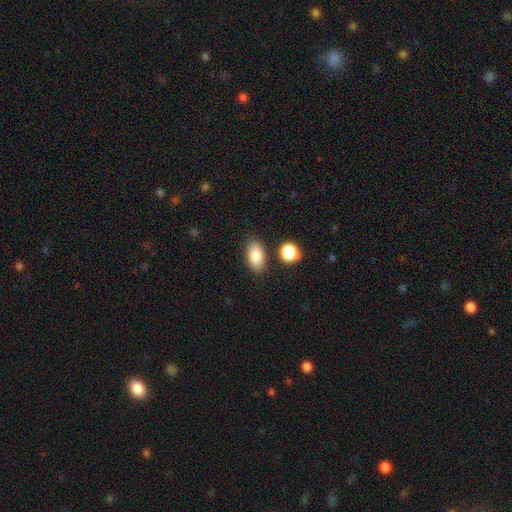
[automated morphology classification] smooth_or_featured: smooth (p=0.85) [alt: featured or disk p=0.08]
how_rounded: in between (p=0.92) [alt: round p=0.06]
merging: none (p=0.82) [alt: minor disturbance p=0.10]